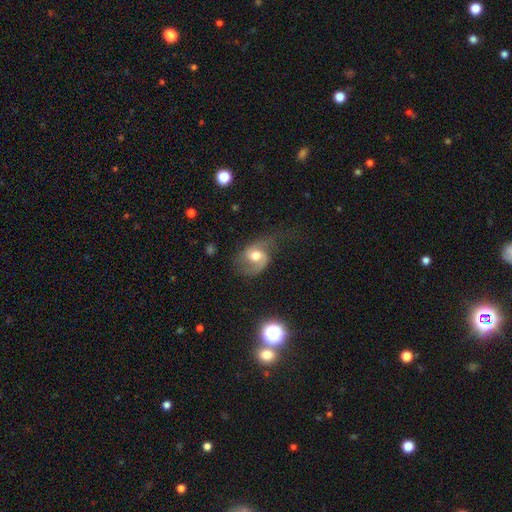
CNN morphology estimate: Smooth or featured?
  - featured or disk: 67% *
  - smooth: 25%
  - star or artifact: 8%
Edge-on disk?
  - no: 97% *
  - yes: 3%
Bar?
  - no: 54% *
  - weak: 37%
  - strong: 9%
Spiral arms?
  - yes: 90% *
  - no: 10%
Spiral winding?
  - loose: 45% *
  - medium: 42%
  - tight: 13%
Spiral arm count?
  - 2: 73% *
  - 1: 19%
  - can't tell: 5%
  - 3: 1%
  - 4: 1%
  - more than 4: 1%
Bulge size?
  - moderate: 68% *
  - large: 19%
  - small: 10%
  - dominant: 2%
  - none: 1%
Merging?
  - none: 45% *
  - major disturbance: 27%
  - minor disturbance: 25%
  - merger: 2%